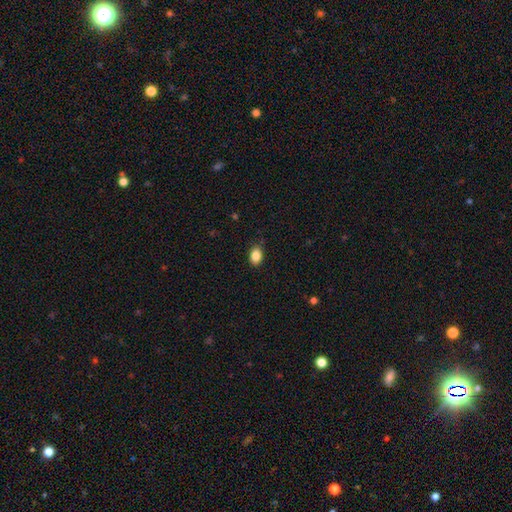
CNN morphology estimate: type=smooth (87%); roundness=in between (78%); merging=none (85%).